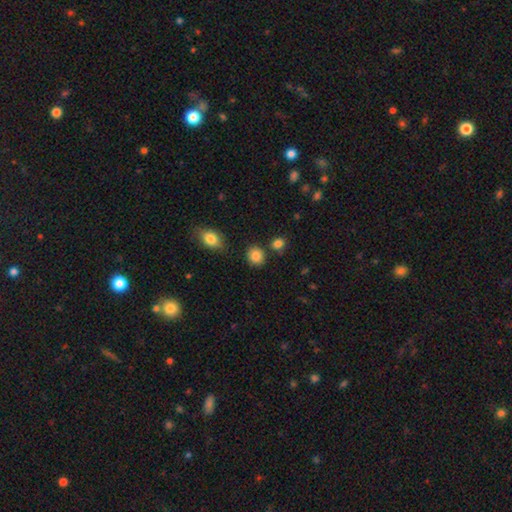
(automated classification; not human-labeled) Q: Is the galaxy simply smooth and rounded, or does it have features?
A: smooth — 85%.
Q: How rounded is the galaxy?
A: round — 78%.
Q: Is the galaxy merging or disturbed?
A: none — 83%.